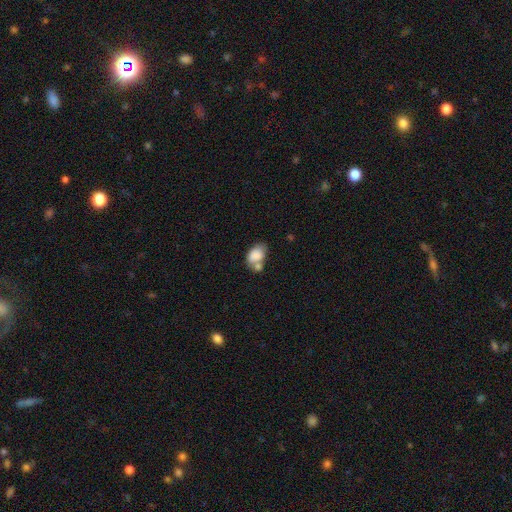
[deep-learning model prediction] smooth 82%, featured or disk 10%, star or artifact 8%. Down the decision tree: how rounded — in between (82%); merging — merger (45%).